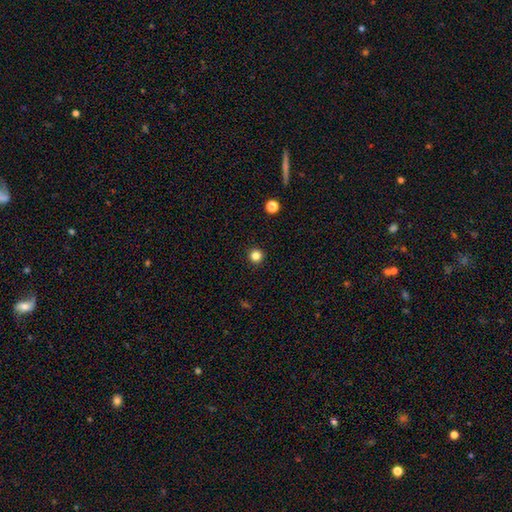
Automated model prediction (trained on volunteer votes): The model was most divided on "smooth or featured": smooth: 83%, star or artifact: 13%, featured or disk: 4%. More confident: how rounded — round (96%); merging — none (93%).